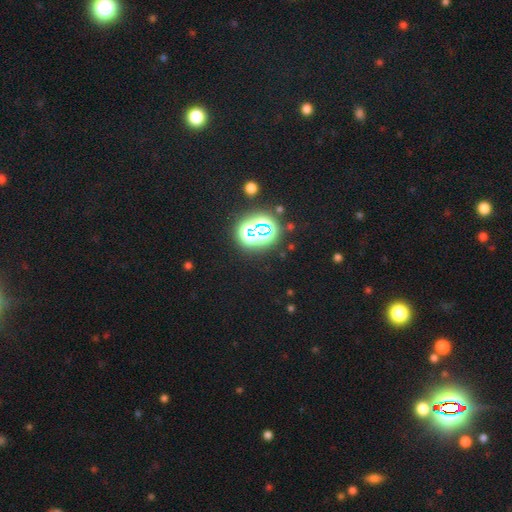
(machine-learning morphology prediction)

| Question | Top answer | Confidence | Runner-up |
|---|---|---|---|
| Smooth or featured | star or artifact | 72% | smooth (21%) |